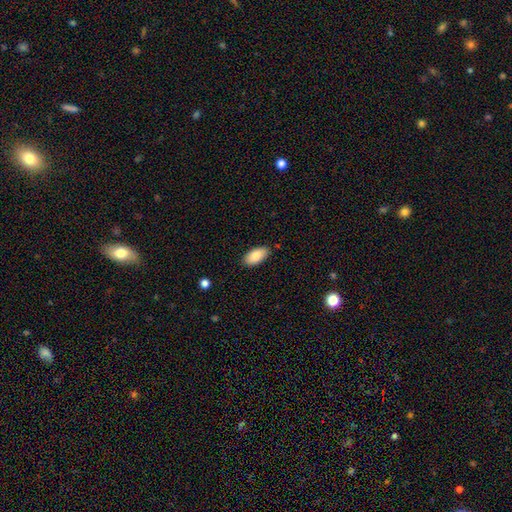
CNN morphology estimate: smooth-or-featured: smooth: 86% | featured or disk: 8% | star or artifact: 7%
  how-rounded: in between: 94% | cigar-shaped: 4% | round: 2%
  merging: none: 85% | minor disturbance: 12% | major disturbance: 2% | merger: 1%